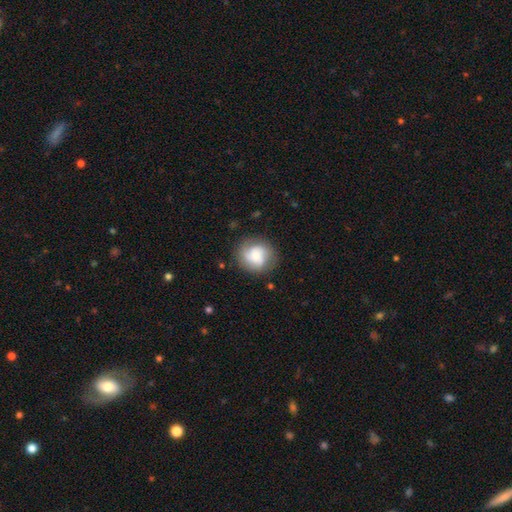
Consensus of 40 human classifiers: This appears to be a smooth galaxy with no disk features (60%) that is round (100%). Merging: none (75%).